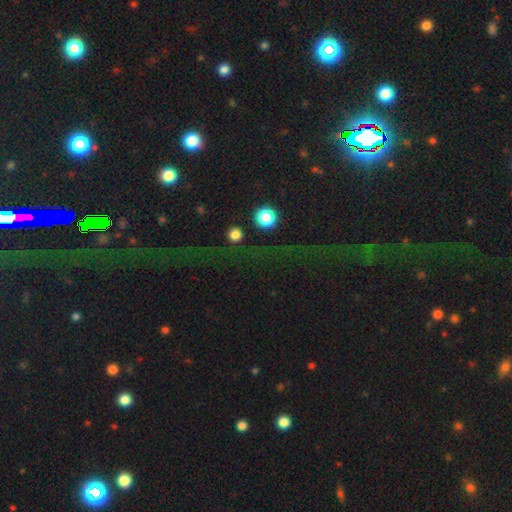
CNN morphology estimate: A star or artifact, not a galaxy (75%).